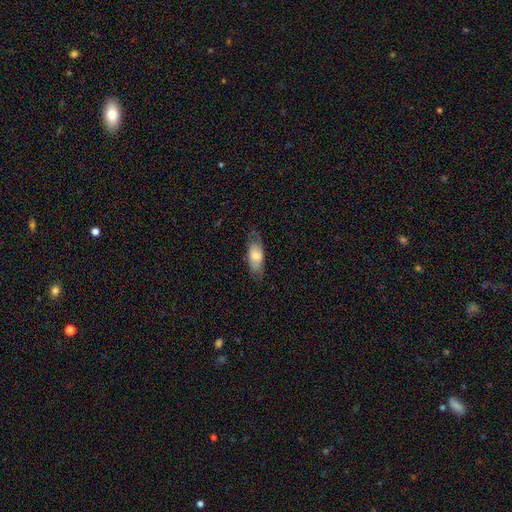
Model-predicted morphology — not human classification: type=smooth (65%); roundness=in between (80%); merging=none (69%).